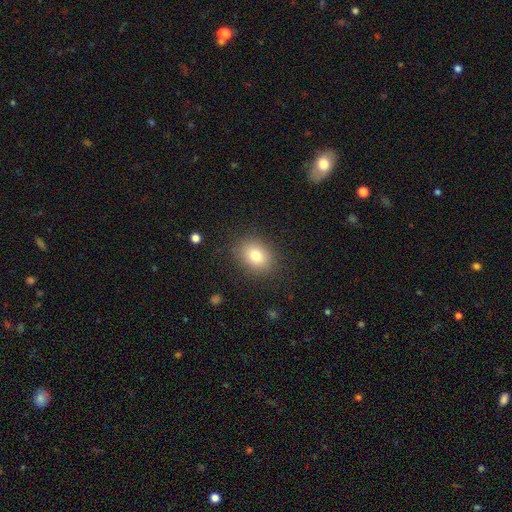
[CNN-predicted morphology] A smooth galaxy with no disk features (79%) that is in between round and cigar-shaped (59%). Merging: none (86%).